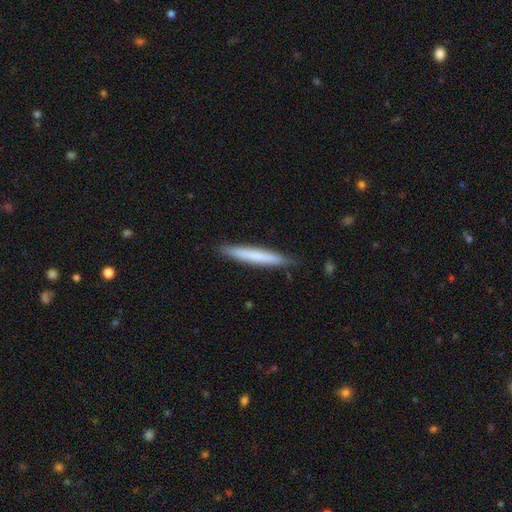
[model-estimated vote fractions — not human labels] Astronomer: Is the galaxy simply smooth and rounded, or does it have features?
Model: smooth — 68%.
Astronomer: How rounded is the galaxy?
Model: cigar-shaped — 96%.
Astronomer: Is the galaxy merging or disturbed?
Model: none — 89%.